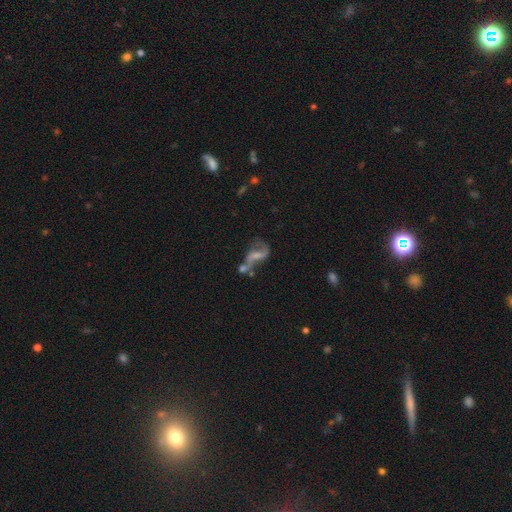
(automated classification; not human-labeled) This is likely a featured or disk galaxy (66%). It is clearly not viewed edge-on (94%). Bar: marginally weak (39%). Spiral arm pattern: likely yes (73%). Central bulge: marginally small (40%). Merging: marginally merger (36%).